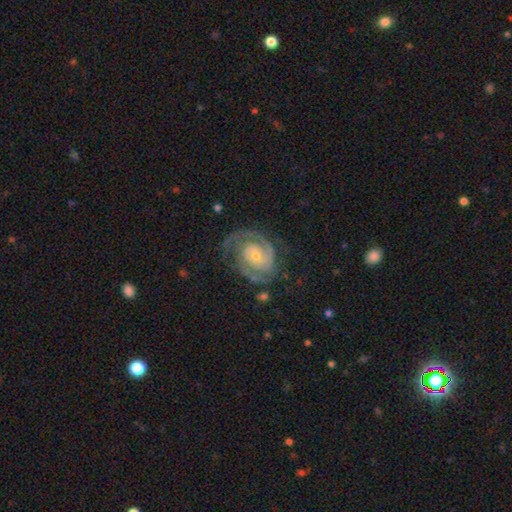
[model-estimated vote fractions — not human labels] A featured or disk galaxy (89%) with no bar (68%), 2 (75%) tight (62%) spiral arms (97%) and a small central bulge (67%).

Vote fractions:
- Smooth or featured? featured or disk: 89% / smooth: 6% / star or artifact: 5%
- Edge-on disk? no: 98% / yes: 2%
- Bar? no: 68% / weak: 25% / strong: 7%
- Spiral arms? yes: 97% / no: 3%
- Spiral winding? tight: 62% / medium: 32% / loose: 6%
- Spiral arm count? 2: 75% / can't tell: 8% / 3: 8% / 1: 5% / 4: 2% / more than 4: 2%
- Bulge size? small: 67% / moderate: 27% / none: 3% / large: 2% / dominant: 1%
- Merging? none: 69% / minor disturbance: 18% / major disturbance: 11% / merger: 2%